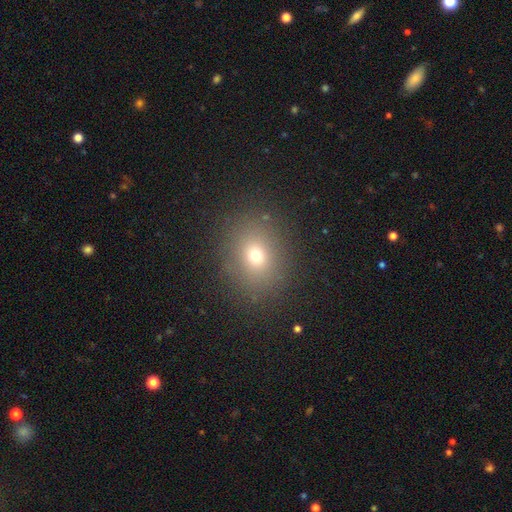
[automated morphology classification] Smooth or featured?
  - smooth: 68% *
  - star or artifact: 20%
  - featured or disk: 12%
How rounded?
  - round: 65% *
  - in between: 34%
  - cigar-shaped: 1%
Merging?
  - none: 85% *
  - minor disturbance: 8%
  - major disturbance: 5%
  - merger: 1%